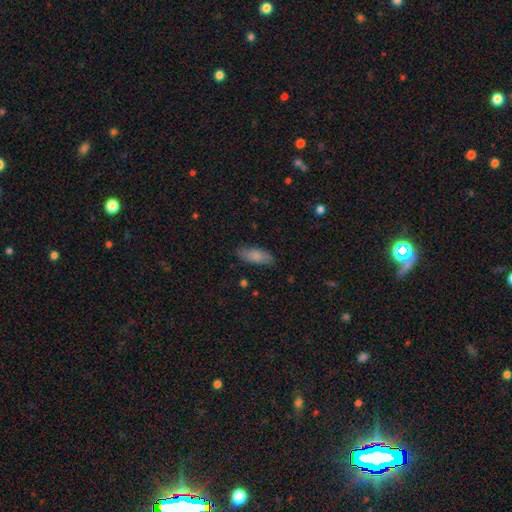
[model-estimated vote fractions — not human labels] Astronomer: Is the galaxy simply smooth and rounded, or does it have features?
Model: smooth — 81%.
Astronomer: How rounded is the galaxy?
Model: in between — 79%.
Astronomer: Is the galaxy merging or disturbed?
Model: none — 82%.